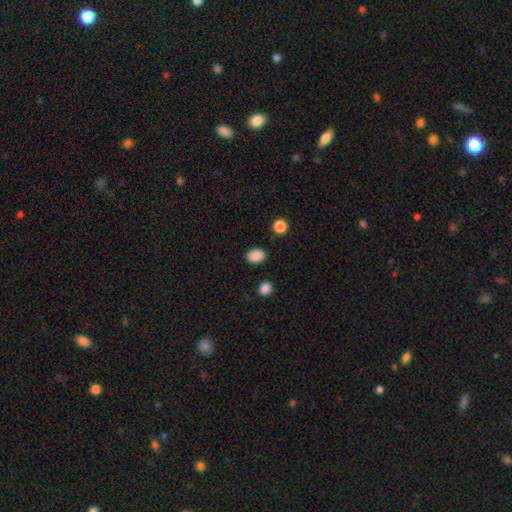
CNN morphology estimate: This appears to be a smooth galaxy with no disk features (88%) that is in between round and cigar-shaped (74%). Merging: none (87%).